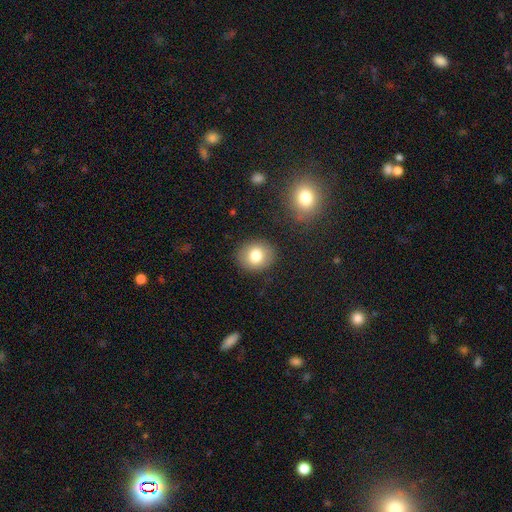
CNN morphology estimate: Smooth or featured? smooth (79%)
How rounded? round (69%)
Merging? none (87%)